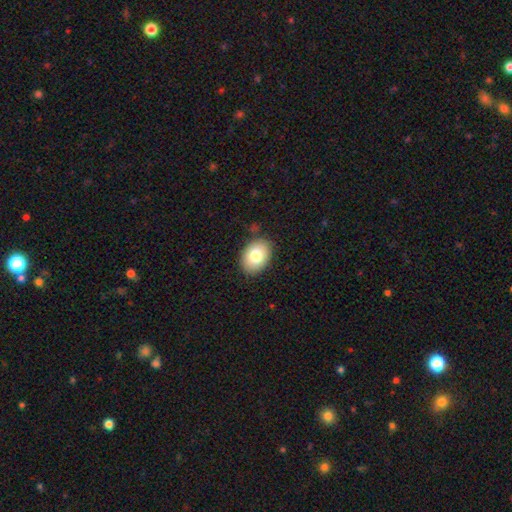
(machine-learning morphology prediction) Q: Smooth or featured?
A: smooth (80%); runner-up: featured or disk (12%)
Q: How rounded?
A: in between (78%); runner-up: round (21%)
Q: Merging?
A: none (85%); runner-up: minor disturbance (11%)